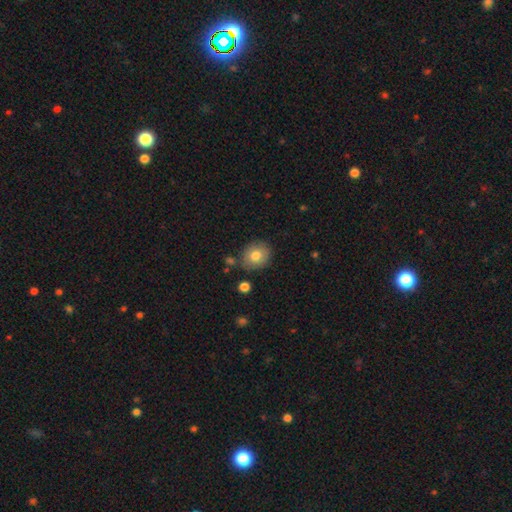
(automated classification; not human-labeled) smooth 79%, featured or disk 12%, star or artifact 9%. Down the decision tree: how rounded — round (73%); merging — none (79%).